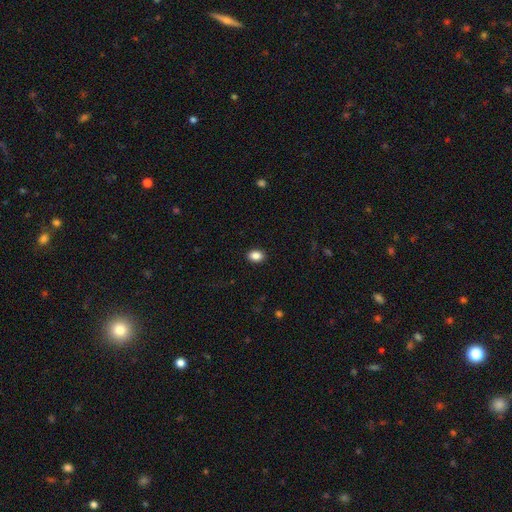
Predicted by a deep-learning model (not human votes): A smooth galaxy with no disk features (88%) that is in between round and cigar-shaped (74%).

Vote fractions:
- Smooth or featured? smooth: 88% / star or artifact: 9% / featured or disk: 4%
- How rounded? in between: 74% / round: 25% / cigar-shaped: 1%
- Merging? none: 90% / minor disturbance: 7% / major disturbance: 2% / merger: 1%